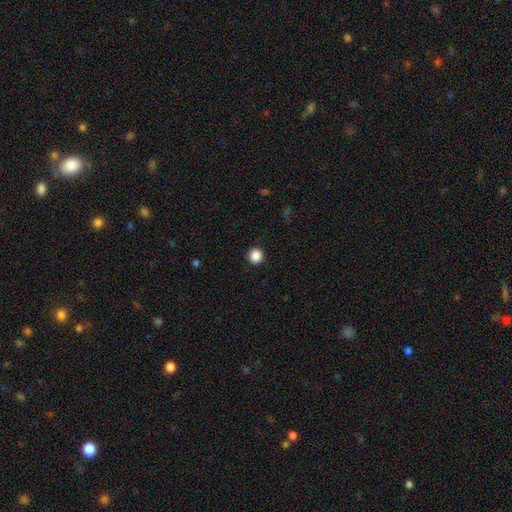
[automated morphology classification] This appears to be a smooth galaxy with no disk features (88%) that is round (88%). Merging: none (92%).